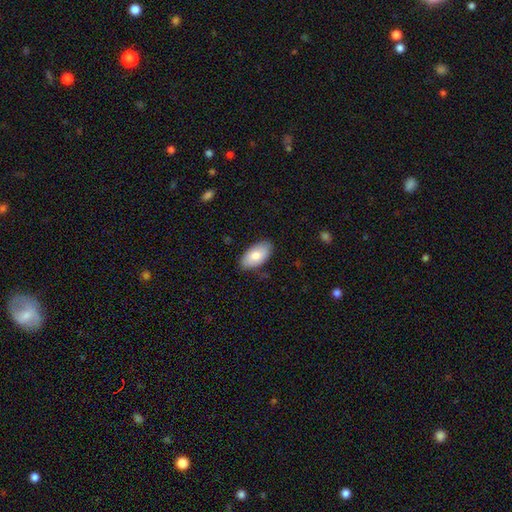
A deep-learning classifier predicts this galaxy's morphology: A smooth galaxy with no disk features (81%) that is in between round and cigar-shaped (95%).

Vote fractions:
- Smooth or featured? smooth: 81% / featured or disk: 13% / star or artifact: 6%
- How rounded? in between: 95% / cigar-shaped: 3% / round: 3%
- Merging? none: 85% / minor disturbance: 12% / major disturbance: 2% / merger: 1%